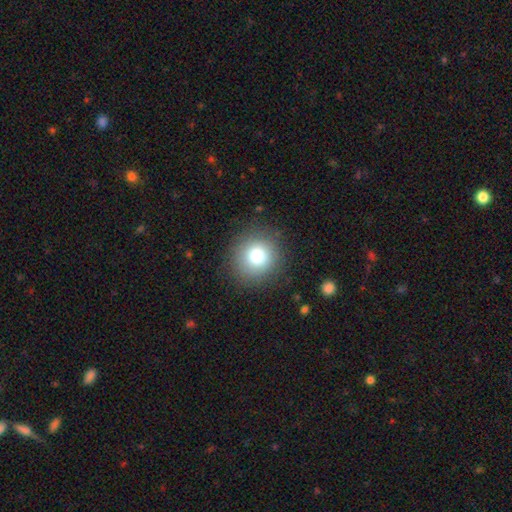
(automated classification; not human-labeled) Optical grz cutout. It shows a smooth galaxy with no disk features (79%) that is round (92%). Merging: none (87%).